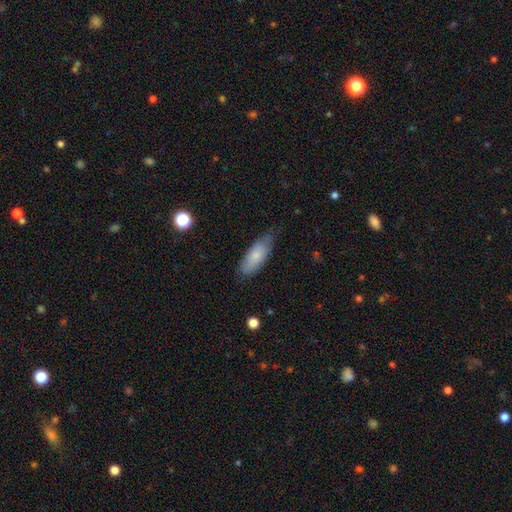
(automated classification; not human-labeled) A smooth galaxy with no disk features (76%) that is in between round and cigar-shaped (76%). Merging: none (67%).